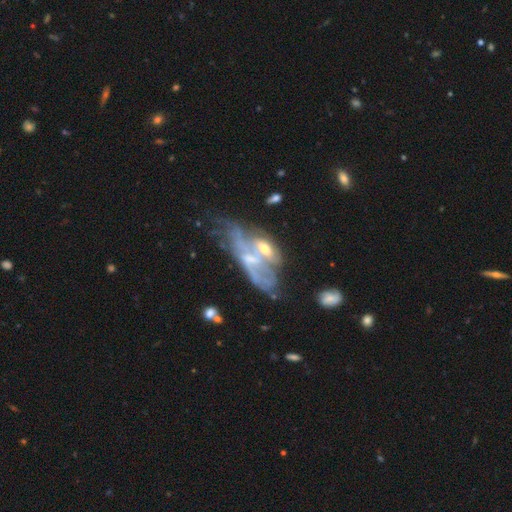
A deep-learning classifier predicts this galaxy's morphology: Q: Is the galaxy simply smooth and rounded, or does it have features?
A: featured or disk — 69%.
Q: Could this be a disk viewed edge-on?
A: no — 87%.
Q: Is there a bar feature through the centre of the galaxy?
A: no — 68%.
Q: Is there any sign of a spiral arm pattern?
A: no — 61%.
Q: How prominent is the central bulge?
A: small — 39%.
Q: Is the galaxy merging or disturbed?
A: merger — 48%.